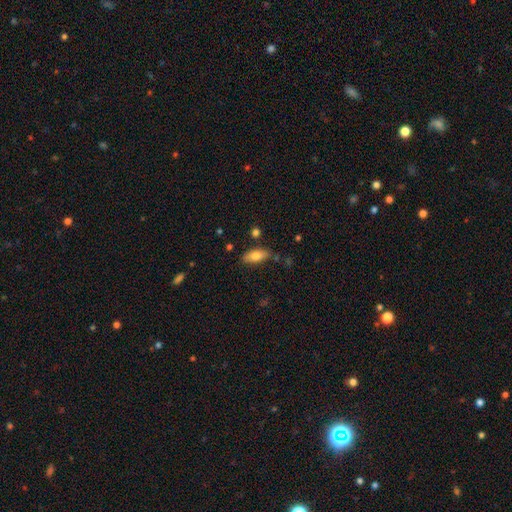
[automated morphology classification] A smooth galaxy with no disk features (78%) that is in between round and cigar-shaped (78%).

Vote fractions:
- Smooth or featured? smooth: 78% / featured or disk: 15% / star or artifact: 7%
- How rounded? in between: 78% / cigar-shaped: 19% / round: 3%
- Merging? none: 79% / minor disturbance: 15% / merger: 4% / major disturbance: 3%